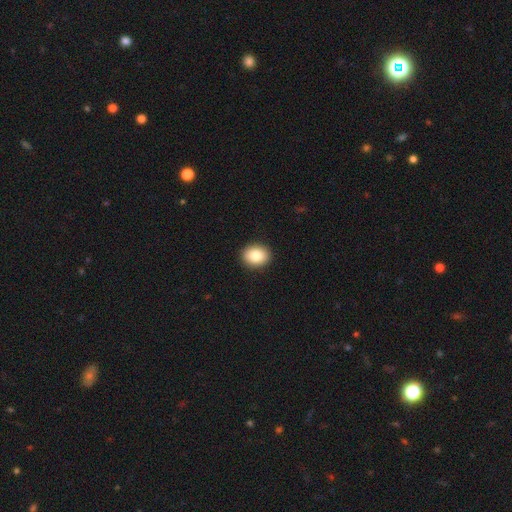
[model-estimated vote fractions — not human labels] Morphology: type=smooth (84%); roundness=round (53%); merging=none (92%).